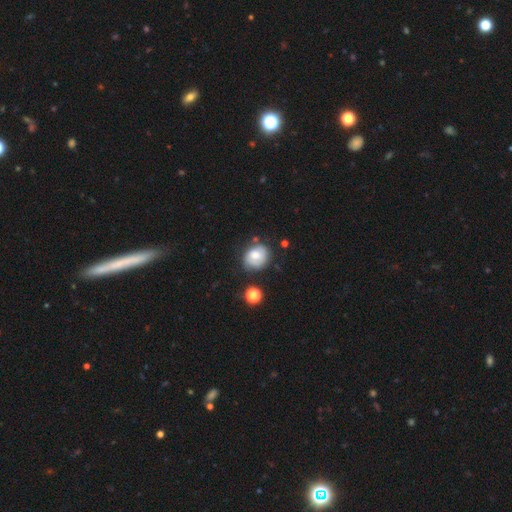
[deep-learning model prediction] Morphology: type=smooth (67%); roundness=round (62%); merging=none (61%).